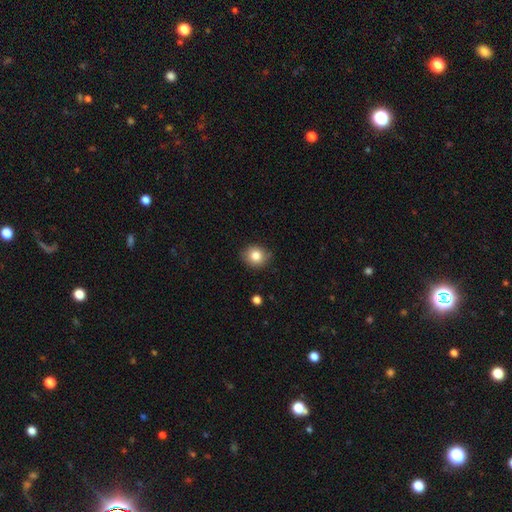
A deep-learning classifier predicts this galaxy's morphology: This is clearly a smooth galaxy (82%). How rounded: likely round (75%). Merging: clearly none (83%).